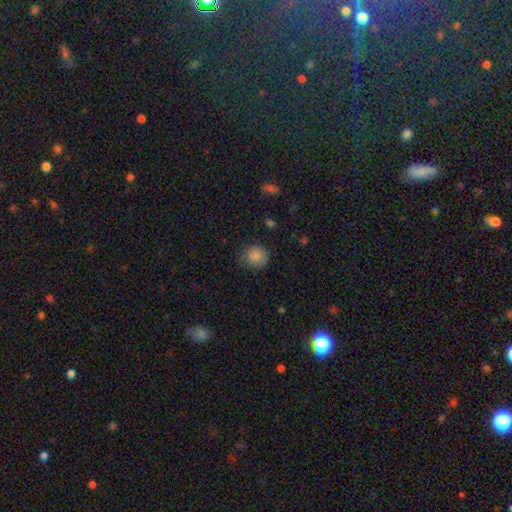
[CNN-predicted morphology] A smooth galaxy with no disk features (84%) that is round (84%).

Vote fractions:
- Smooth or featured? smooth: 84% / star or artifact: 10% / featured or disk: 6%
- How rounded? round: 84% / in between: 15% / cigar-shaped: 1%
- Merging? none: 73% / minor disturbance: 21% / major disturbance: 5% / merger: 1%